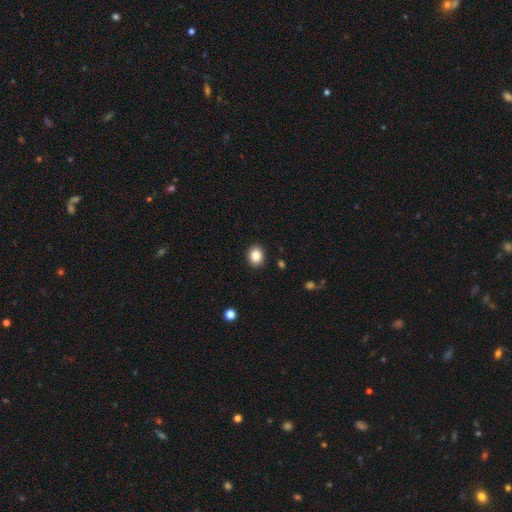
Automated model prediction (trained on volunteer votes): This appears to be a smooth galaxy with no disk features (86%) that is round (59%). Merging: none (91%).